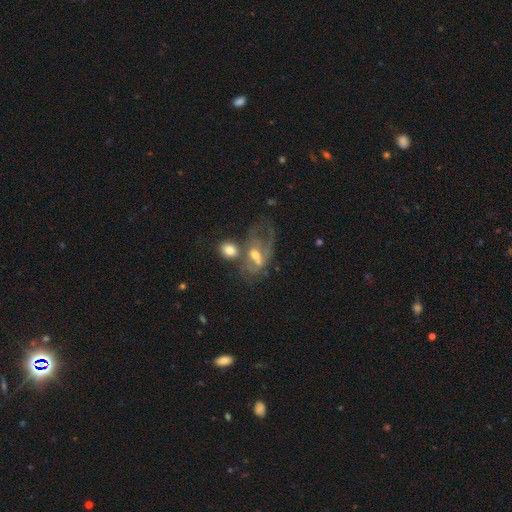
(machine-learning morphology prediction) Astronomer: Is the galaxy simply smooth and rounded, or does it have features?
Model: featured or disk — 55% (runner-up: smooth, 34%).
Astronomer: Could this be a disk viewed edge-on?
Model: no — 93%.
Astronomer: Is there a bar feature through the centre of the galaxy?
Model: no — 44% (runner-up: weak, 37%).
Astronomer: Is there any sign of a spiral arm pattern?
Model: no — 53% (runner-up: yes, 47%).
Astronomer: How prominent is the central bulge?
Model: moderate — 58%.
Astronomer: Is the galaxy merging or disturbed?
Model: merger — 43% (runner-up: major disturbance, 25%).